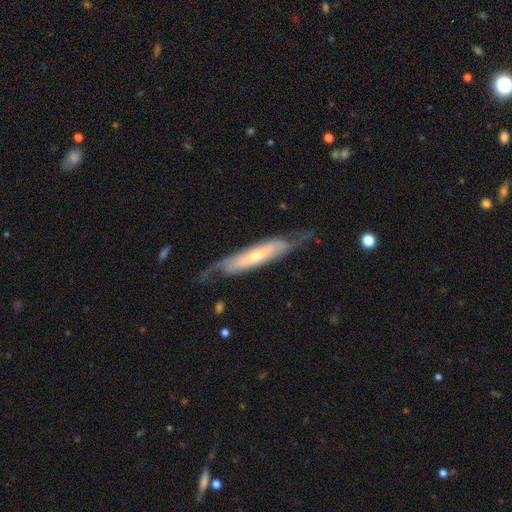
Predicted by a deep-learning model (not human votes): smooth-or-featured: featured or disk: 73% | smooth: 22% | star or artifact: 5%
  disk-edge-on: no: 61% | yes: 39%
  merging: none: 62% | minor disturbance: 21% | major disturbance: 15% | merger: 2%